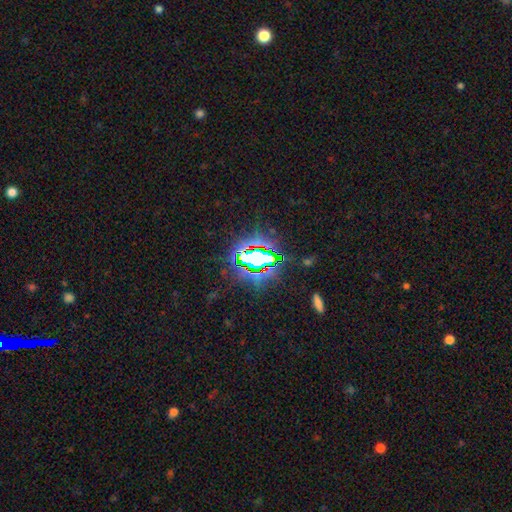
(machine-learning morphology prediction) This appears to be a star or artifact, not a galaxy (80%).